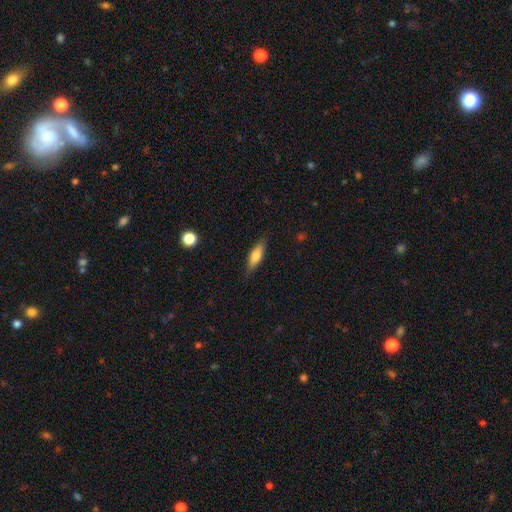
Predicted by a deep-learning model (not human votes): Smooth or featured? Predicted: smooth (p=0.72). How rounded? Predicted: in between (p=0.50). Merging? Predicted: none (p=0.83).